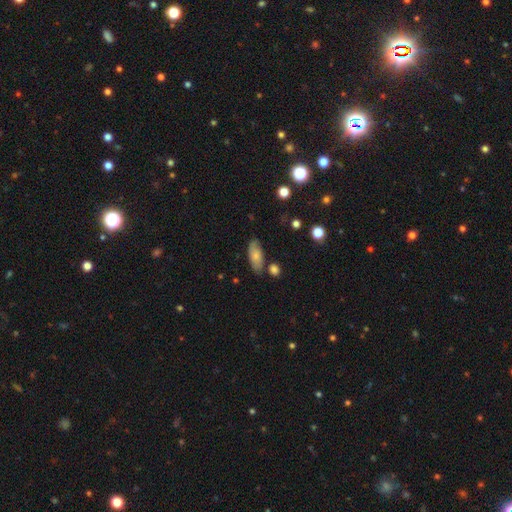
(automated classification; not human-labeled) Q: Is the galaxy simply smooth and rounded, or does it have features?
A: smooth — 71%.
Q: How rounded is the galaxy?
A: in between — 84%.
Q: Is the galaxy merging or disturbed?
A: none — 73%.